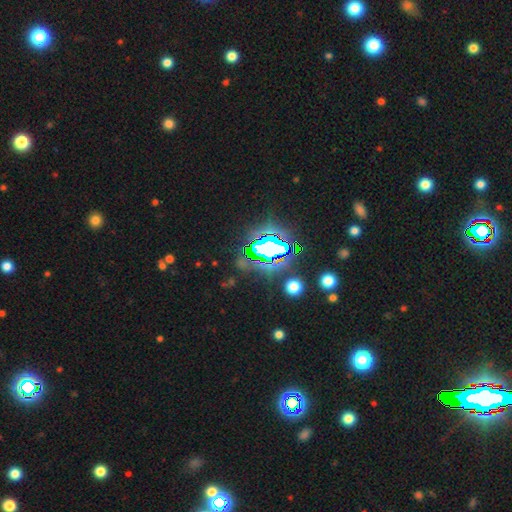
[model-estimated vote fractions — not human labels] A star or artifact, not a galaxy (84%).